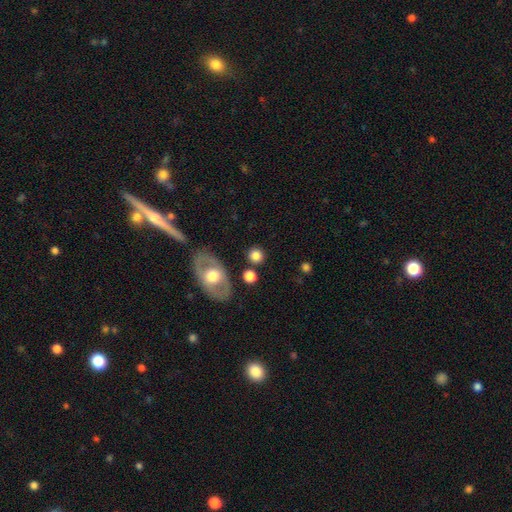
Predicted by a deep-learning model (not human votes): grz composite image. It shows a smooth galaxy with no disk features (74%) that is round (82%). Merging: none (83%).